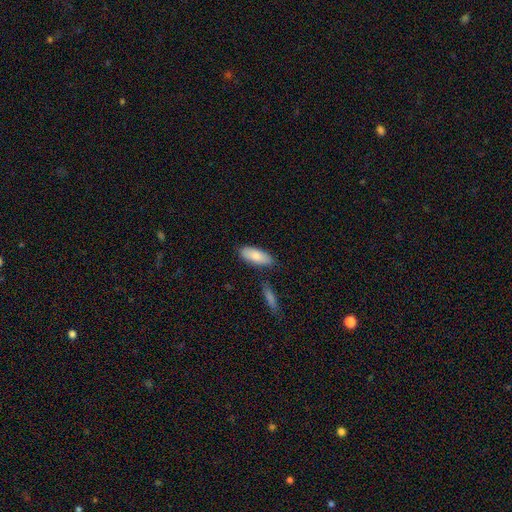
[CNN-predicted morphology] Q: Smooth or featured?
A: smooth (82%); runner-up: featured or disk (12%)
Q: How rounded?
A: in between (81%); runner-up: cigar-shaped (17%)
Q: Merging?
A: none (78%); runner-up: minor disturbance (14%)